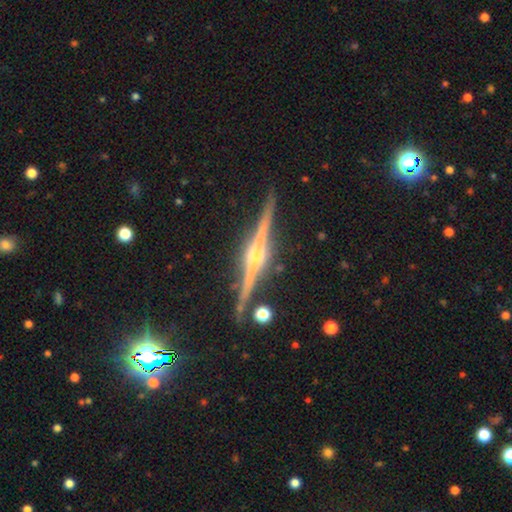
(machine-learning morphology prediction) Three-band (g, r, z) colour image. It shows a featured or disk galaxy (90%) viewed edge-on (99%) with a rounded central bulge (93%). Merging: none (90%).